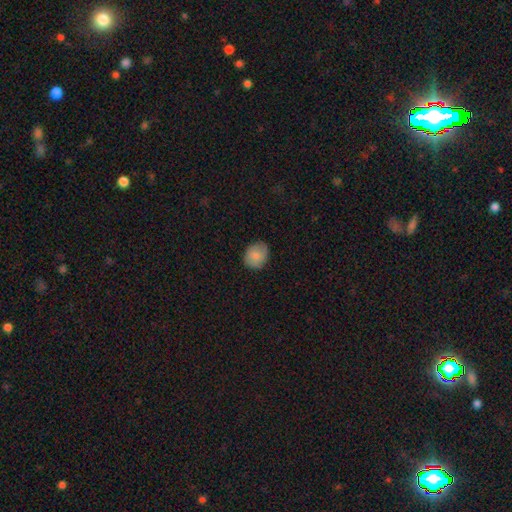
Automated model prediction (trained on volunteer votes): Q: Smooth or featured?
A: smooth (84%); runner-up: featured or disk (8%)
Q: How rounded?
A: round (59%); runner-up: in between (40%)
Q: Merging?
A: none (82%); runner-up: minor disturbance (14%)